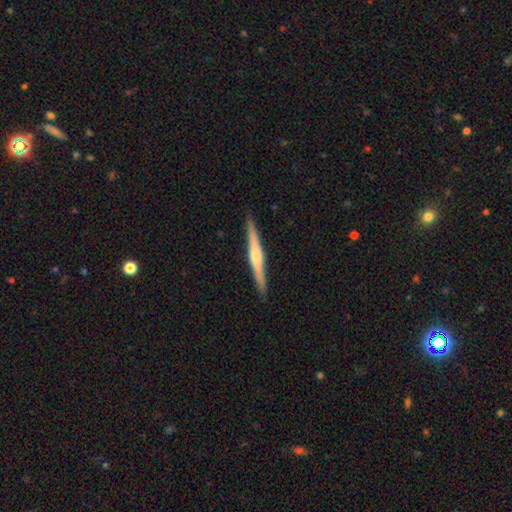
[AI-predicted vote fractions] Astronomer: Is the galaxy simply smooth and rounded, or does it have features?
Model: featured or disk — 68%.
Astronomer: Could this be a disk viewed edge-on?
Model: yes — 98%.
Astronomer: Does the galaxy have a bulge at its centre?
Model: rounded — 72%.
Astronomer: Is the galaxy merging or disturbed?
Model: none — 91%.